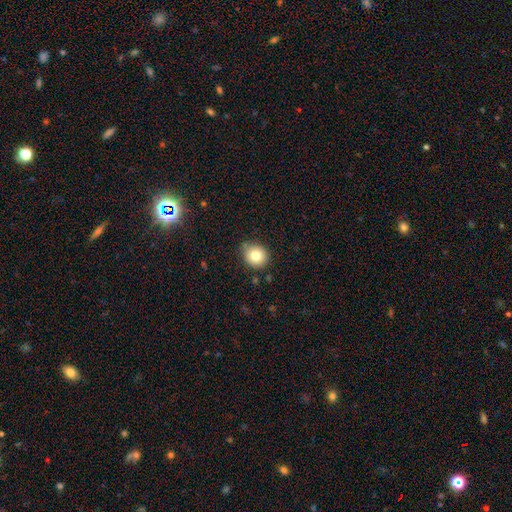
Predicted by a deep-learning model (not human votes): Smooth or featured? smooth (80%)
How rounded? round (83%)
Merging? none (78%)